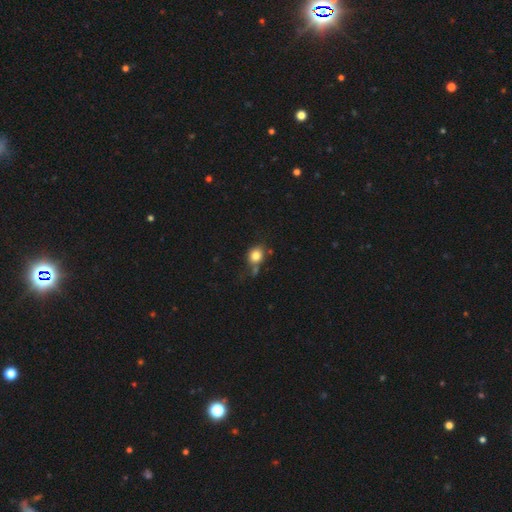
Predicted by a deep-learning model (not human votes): A smooth galaxy with no disk features (81%) that is round (70%). Merging: none (59%).